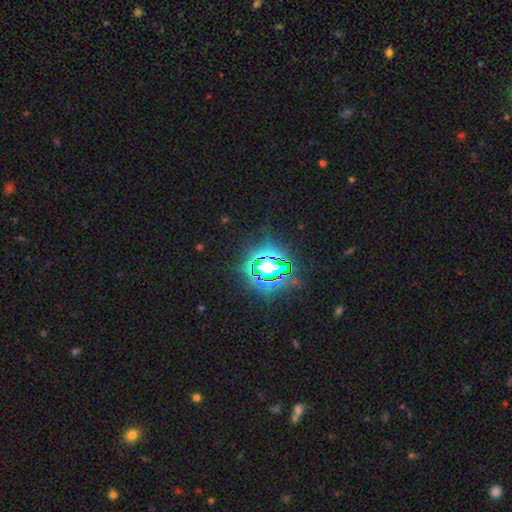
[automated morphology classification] A star or artifact, not a galaxy (84%).

Vote fractions:
- Smooth or featured? star or artifact: 84% / smooth: 10% / featured or disk: 6%